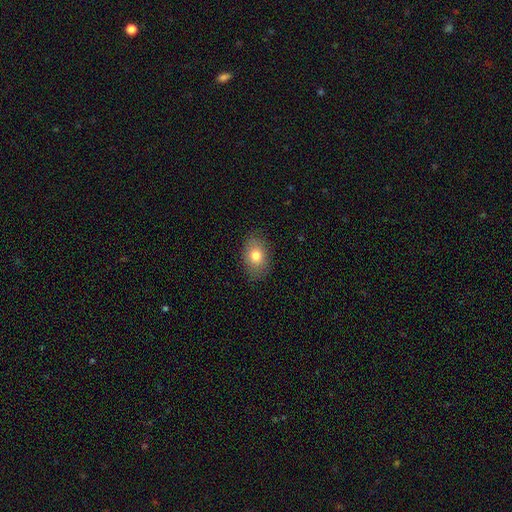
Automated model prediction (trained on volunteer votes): Morphology: type=smooth (78%); roundness=in between (76%); merging=none (86%).